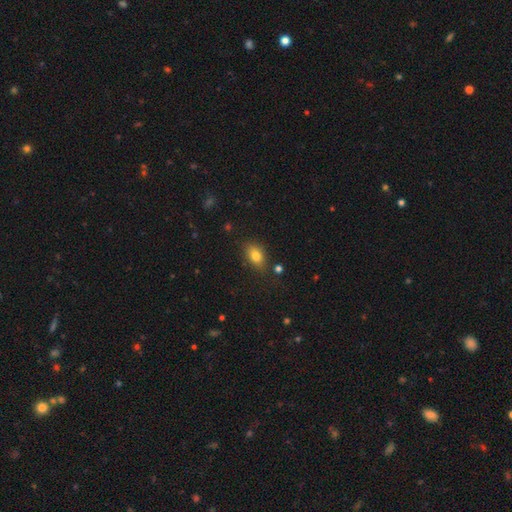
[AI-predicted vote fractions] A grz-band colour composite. It shows a smooth galaxy with no disk features (80%) that is in between round and cigar-shaped (81%). Merging: none (78%).